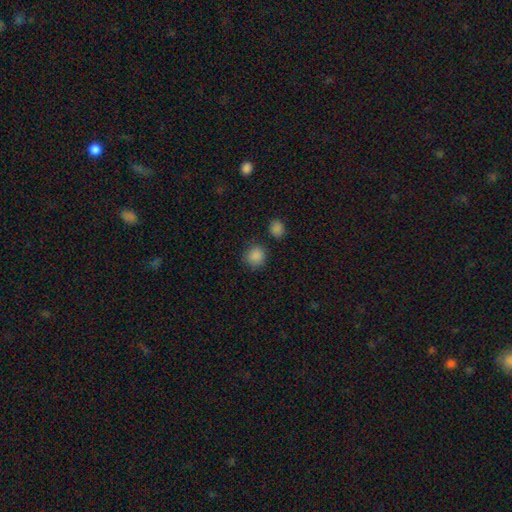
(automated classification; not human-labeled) A smooth galaxy with no disk features (87%) that is round (90%). Merging: none (84%).